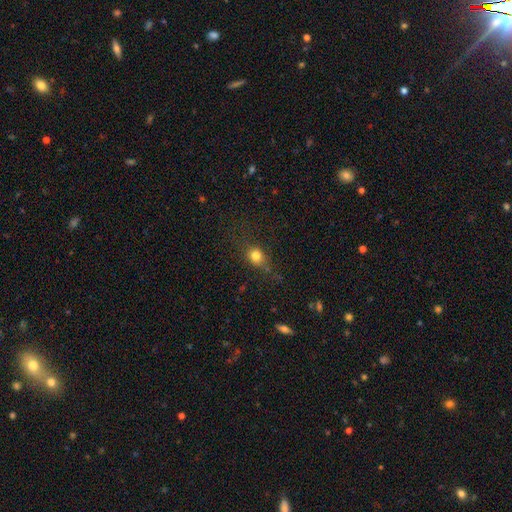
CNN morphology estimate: A smooth galaxy with no disk features (75%) that is round (66%). Merging: none (67%).